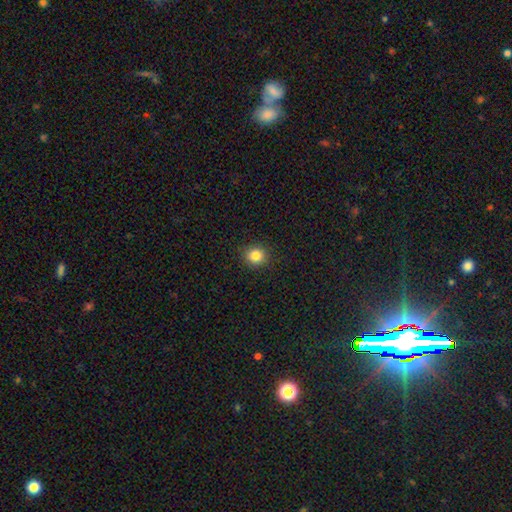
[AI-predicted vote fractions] smooth-or-featured: smooth: 84% | star or artifact: 11% | featured or disk: 5%
  how-rounded: round: 88% | in between: 11% | cigar-shaped: 1%
  merging: none: 92% | minor disturbance: 5% | major disturbance: 2% | merger: 1%